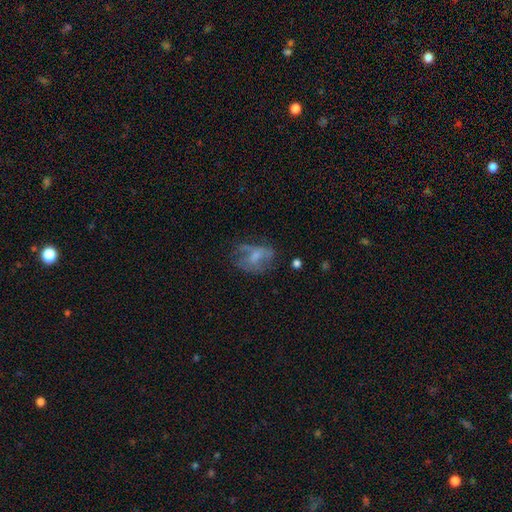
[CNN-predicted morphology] Smooth or featured? featured or disk (47%)
Merging? none (40%)